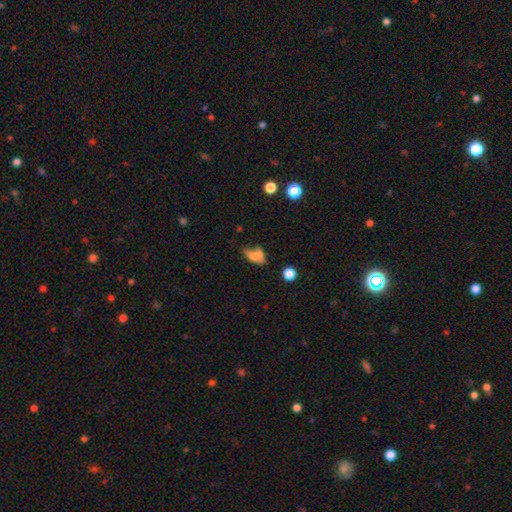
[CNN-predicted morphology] Smooth or featured? Predicted: smooth (p=0.62). How rounded? Predicted: in between (p=0.74). Merging? Predicted: merger (p=0.43).